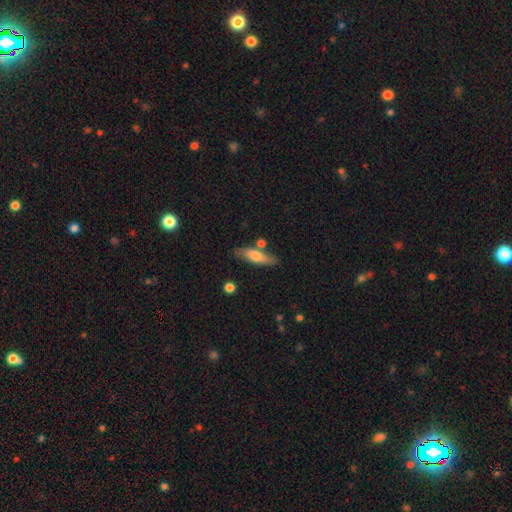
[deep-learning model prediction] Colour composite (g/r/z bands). It shows a smooth galaxy with no disk features (65%) that is cigar-shaped (55%). Merging: none (73%).